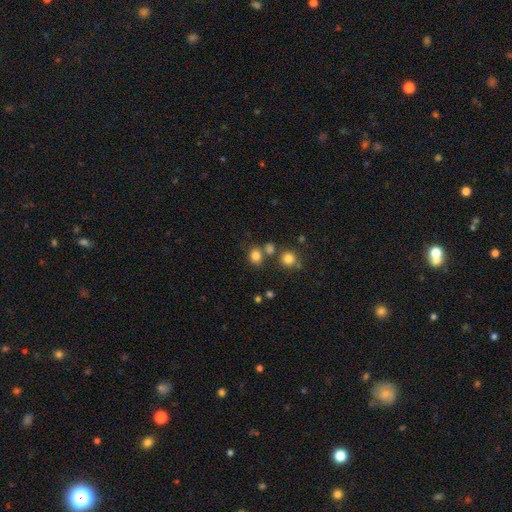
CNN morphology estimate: smooth 80%, star or artifact 14%, featured or disk 6%. Down the decision tree: how rounded — round (66%); merging — none (66%).